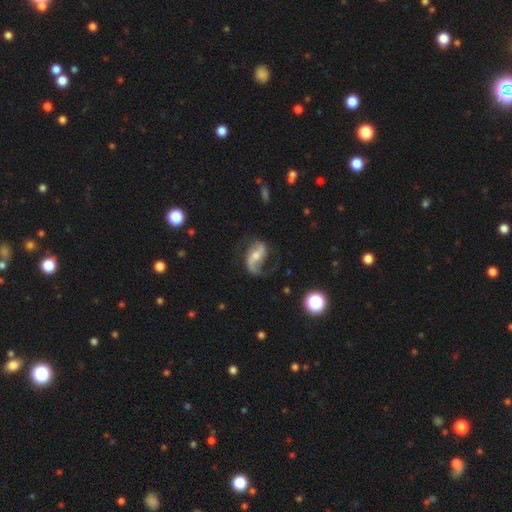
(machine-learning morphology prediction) Smooth or featured?
  - featured or disk: 77% *
  - smooth: 16%
  - star or artifact: 7%
Edge-on disk?
  - no: 96% *
  - yes: 4%
Bar?
  - weak: 41% *
  - no: 33%
  - strong: 27%
Spiral arms?
  - yes: 92% *
  - no: 8%
Spiral winding?
  - loose: 63% *
  - medium: 28%
  - tight: 9%
Spiral arm count?
  - 2: 72% *
  - 1: 21%
  - can't tell: 4%
  - 3: 1%
  - 4: 1%
  - more than 4: 1%
Bulge size?
  - moderate: 56% *
  - small: 33%
  - large: 5%
  - none: 4%
  - dominant: 1%
Merging?
  - none: 54% *
  - minor disturbance: 22%
  - major disturbance: 21%
  - merger: 3%